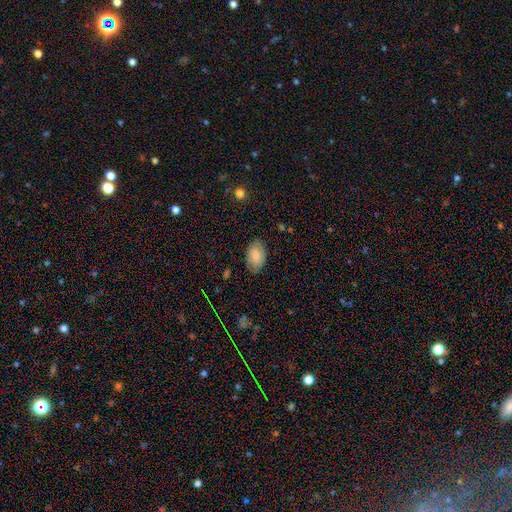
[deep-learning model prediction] smooth_or_featured: smooth (p=0.80) [alt: featured or disk p=0.13]
how_rounded: in between (p=0.92) [alt: round p=0.07]
merging: none (p=0.83) [alt: minor disturbance p=0.13]